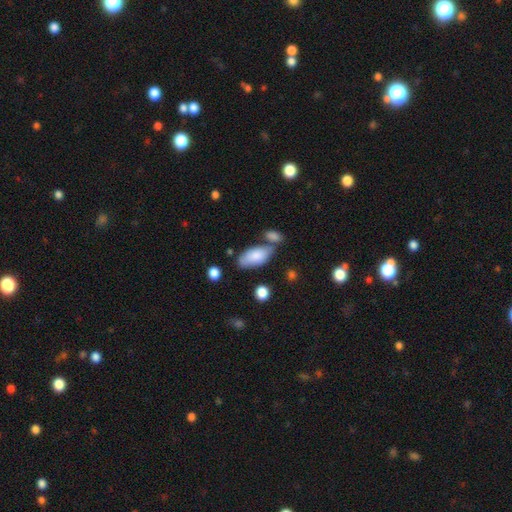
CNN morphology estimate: The model was most divided on "merging": none: 57%, merger: 19%, minor disturbance: 18%, major disturbance: 6%. More confident: how rounded — in between (91%); smooth or featured — smooth (81%).